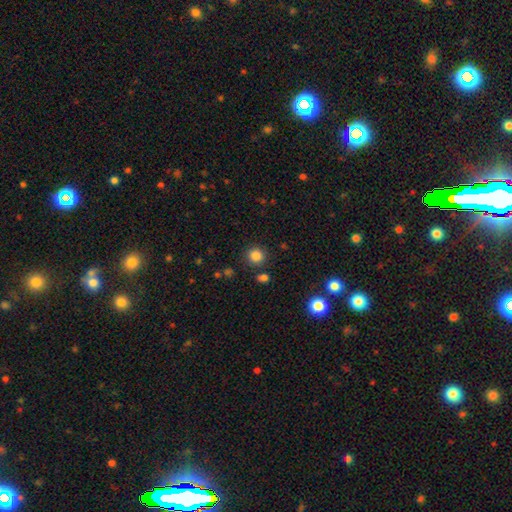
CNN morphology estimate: Smooth or featured: smooth — 84% (star or artifact — 12%)
How rounded: round — 91% (in between — 8%)
Merging: none — 85% (minor disturbance — 8%)